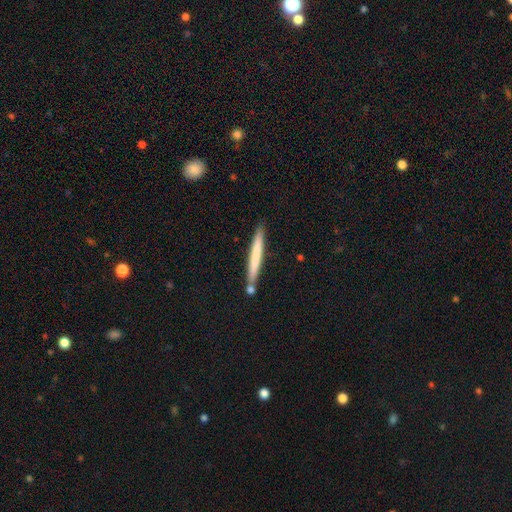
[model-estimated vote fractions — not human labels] Smooth or featured?
  - smooth: 66% *
  - featured or disk: 28%
  - star or artifact: 6%
How rounded?
  - cigar-shaped: 97% *
  - in between: 2%
  - round: 1%
Merging?
  - none: 81% *
  - minor disturbance: 10%
  - merger: 7%
  - major disturbance: 2%